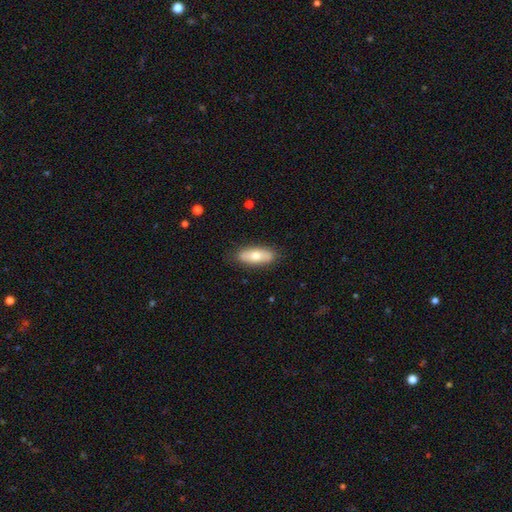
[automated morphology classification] smooth 67%, featured or disk 27%, star or artifact 6%. Down the decision tree: how rounded — in between (78%); merging — none (85%).